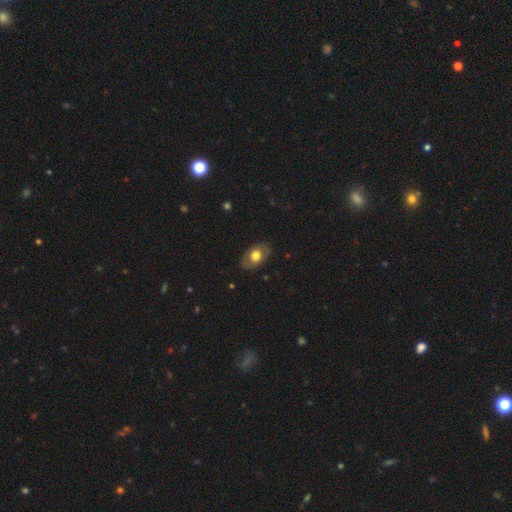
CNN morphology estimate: smooth-or-featured: smooth: 61% | featured or disk: 32% | star or artifact: 7%
  how-rounded: in between: 82% | round: 17% | cigar-shaped: 1%
  merging: none: 80% | minor disturbance: 14% | major disturbance: 4% | merger: 1%